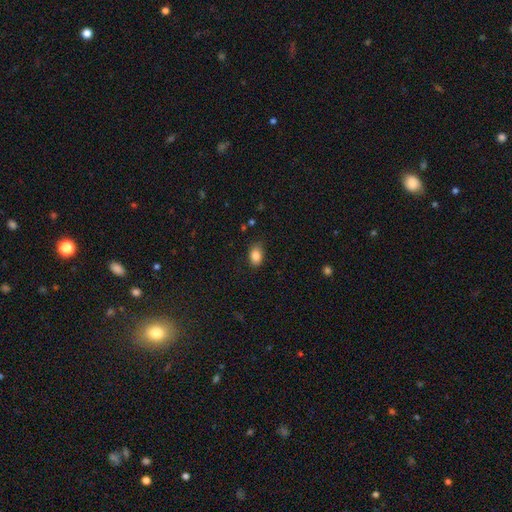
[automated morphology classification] A smooth galaxy with no disk features (85%) that is in between round and cigar-shaped (81%). Merging: none (80%).